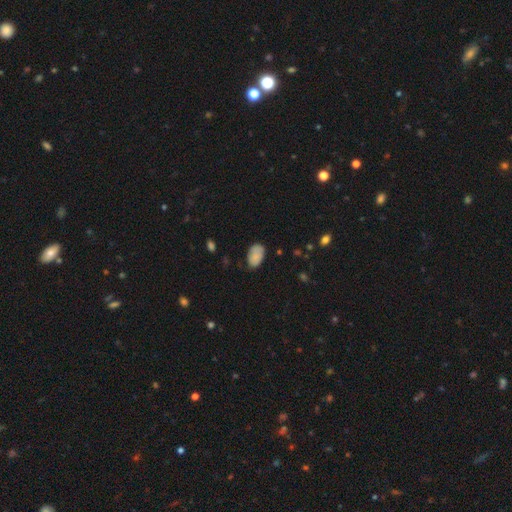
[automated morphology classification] A smooth galaxy with no disk features (86%) that is in between round and cigar-shaped (92%). Merging: none (70%).